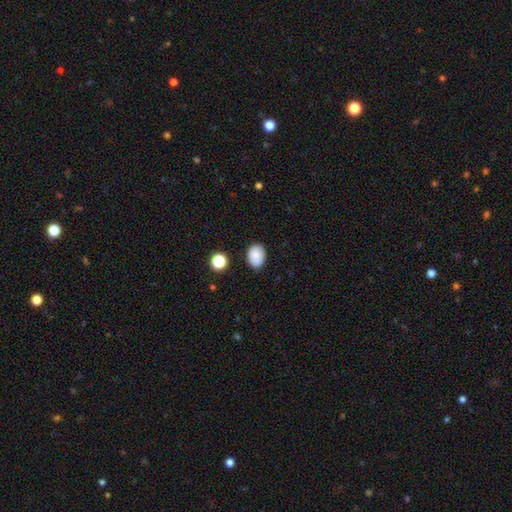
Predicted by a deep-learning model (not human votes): smooth_or_featured: smooth (p=0.83) [alt: star or artifact p=0.09]
how_rounded: in between (p=0.66) [alt: round p=0.33]
merging: none (p=0.83) [alt: minor disturbance p=0.12]